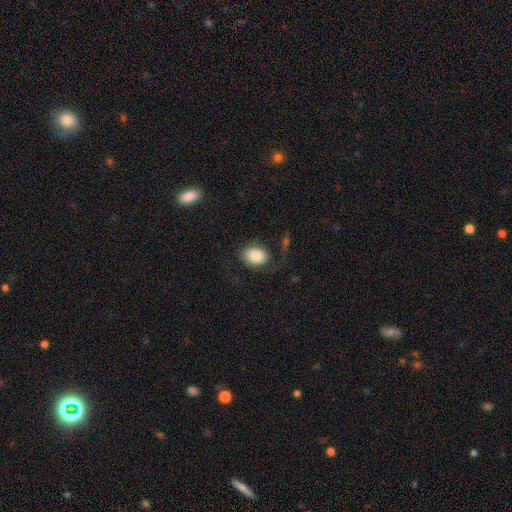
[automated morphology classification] This appears to be a smooth galaxy with no disk features (81%) that is in between round and cigar-shaped (74%). Merging: none (65%).